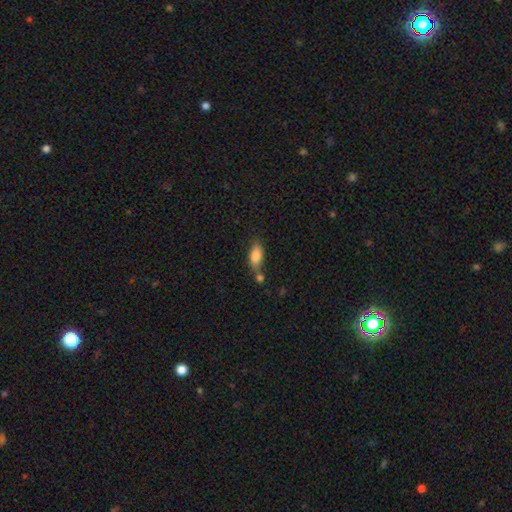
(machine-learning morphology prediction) A smooth galaxy with no disk features (82%) that is in between round and cigar-shaped (85%). Merging: none (49%).